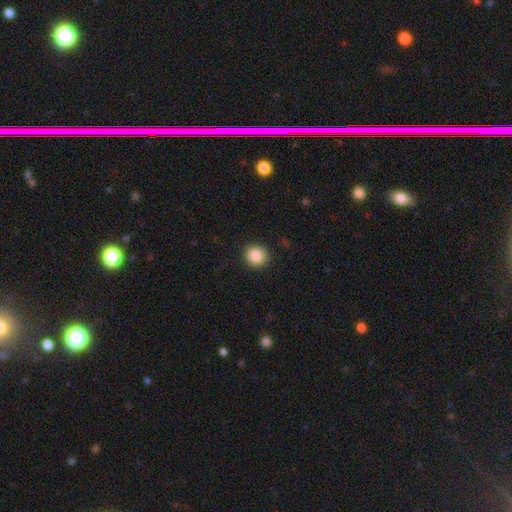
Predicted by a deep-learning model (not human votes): A smooth galaxy with no disk features (87%) that is round (88%).

Vote fractions:
- Smooth or featured? smooth: 87% / star or artifact: 9% / featured or disk: 4%
- How rounded? round: 88% / in between: 11% / cigar-shaped: 1%
- Merging? none: 91% / minor disturbance: 6% / major disturbance: 2% / merger: 1%